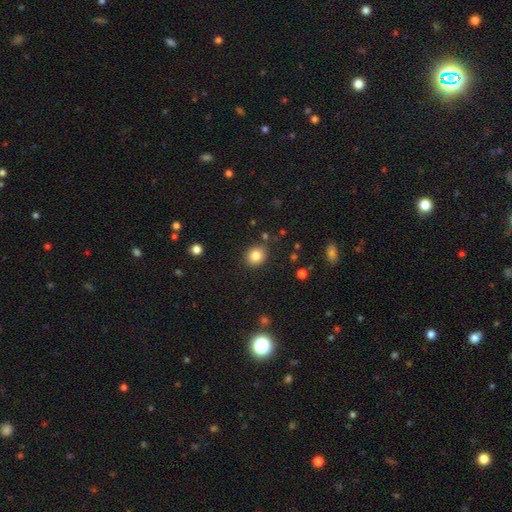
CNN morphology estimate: Q: Smooth or featured?
A: smooth (83%); runner-up: star or artifact (10%)
Q: How rounded?
A: round (75%); runner-up: in between (24%)
Q: Merging?
A: none (86%); runner-up: minor disturbance (9%)